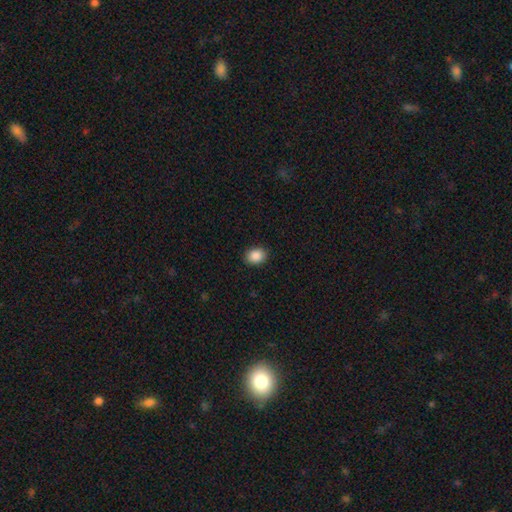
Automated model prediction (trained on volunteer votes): Smooth or featured? Predicted: smooth (p=0.89). How rounded? Predicted: in between (p=0.59). Merging? Predicted: none (p=0.90).